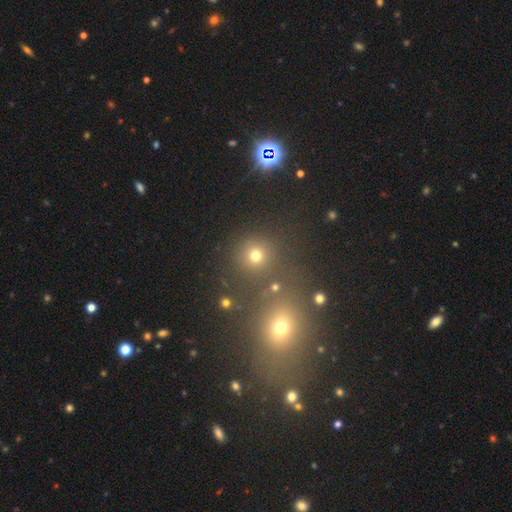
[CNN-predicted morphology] Q: Smooth or featured?
A: smooth (70%); runner-up: star or artifact (23%)
Q: How rounded?
A: round (92%); runner-up: in between (7%)
Q: Merging?
A: none (78%); runner-up: merger (10%)